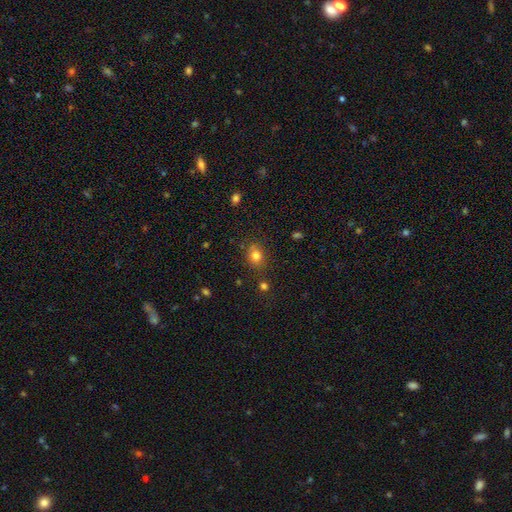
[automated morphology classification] A smooth galaxy with no disk features (79%) that is round (56%). Merging: none (77%).